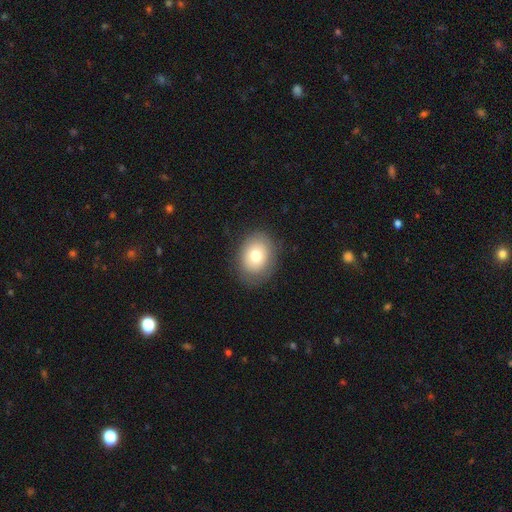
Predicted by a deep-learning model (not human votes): Smooth or featured? smooth (72%)
How rounded? in between (54%)
Merging? none (82%)